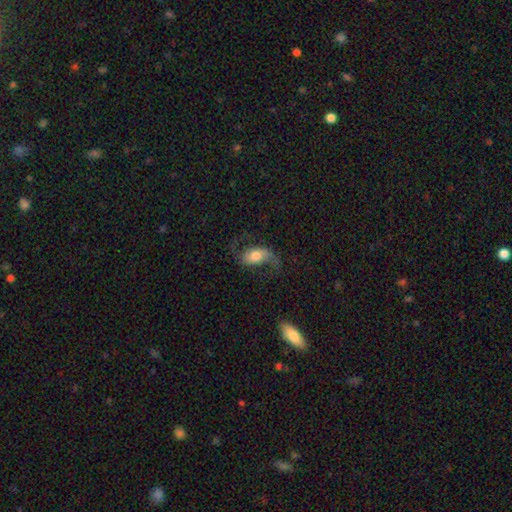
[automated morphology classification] smooth-or-featured: featured or disk: 70% | smooth: 22% | star or artifact: 8%
  disk-edge-on: no: 95% | yes: 5%
    bar: no: 54% | weak: 32% | strong: 14%
    has-spiral-arms: yes: 91% | no: 9%
      spiral-winding: loose: 74% | medium: 21% | tight: 5%
      spiral-arm-count: 2: 89% | 1: 5% | can't tell: 3% | 3: 1% | 4: 1% | more than 4: 1%
    bulge-size: moderate: 61% | large: 22% | small: 12% | dominant: 3% | none: 2%
  merging: none: 61% | major disturbance: 20% | minor disturbance: 17% | merger: 2%